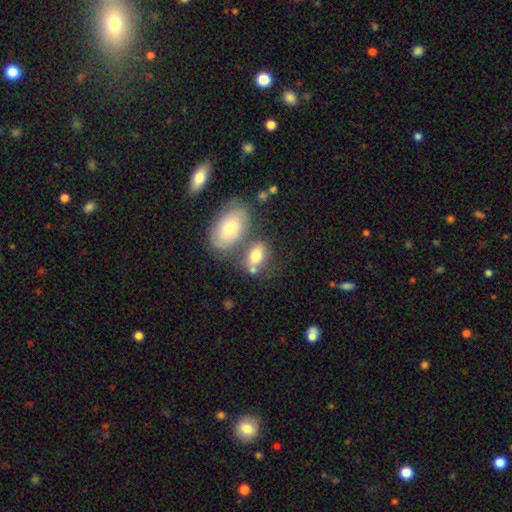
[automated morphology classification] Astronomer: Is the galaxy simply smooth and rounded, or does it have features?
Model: smooth — 70%.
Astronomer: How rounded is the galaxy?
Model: in between — 81%.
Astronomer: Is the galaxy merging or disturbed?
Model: none — 43% (runner-up: merger, 34%).